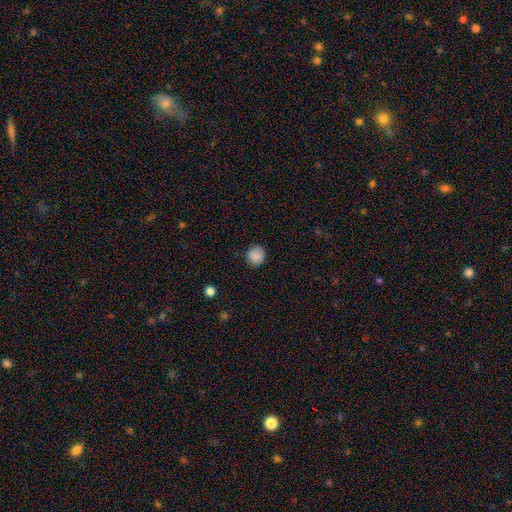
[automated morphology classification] A smooth galaxy with no disk features (87%) that is round (89%). Merging: none (86%).